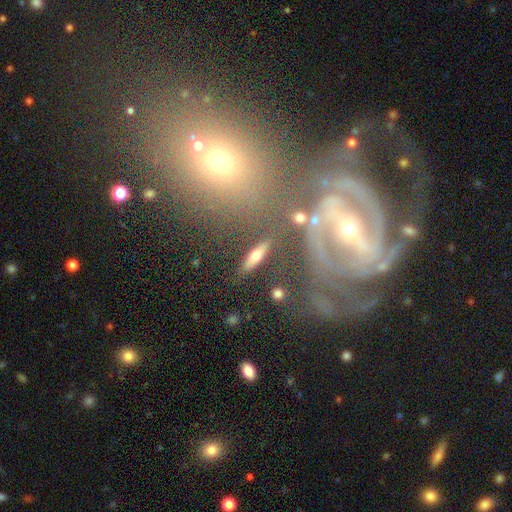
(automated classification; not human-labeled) A featured or disk galaxy (47%). Merging: none (81%).